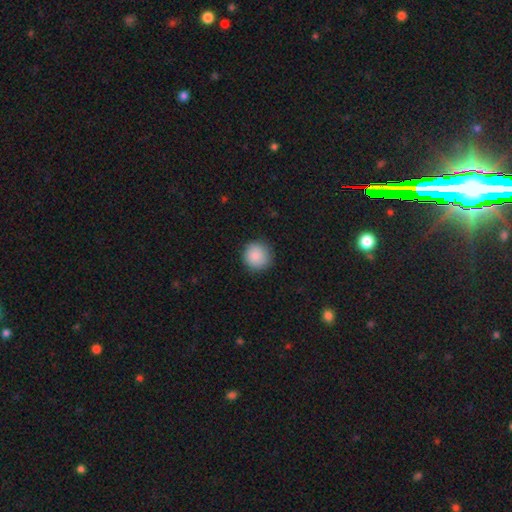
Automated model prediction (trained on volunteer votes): Overall: smooth (88%). How rounded: round (94%). Merging: none (89%).